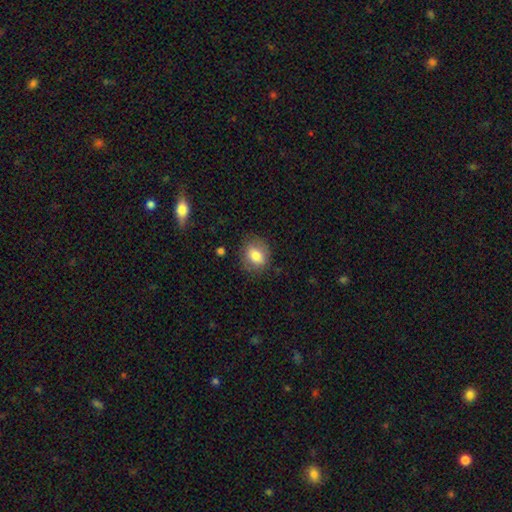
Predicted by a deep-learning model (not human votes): Smooth or featured? Predicted: smooth (p=0.78). How rounded? Predicted: round (p=0.59). Merging? Predicted: none (p=0.78).